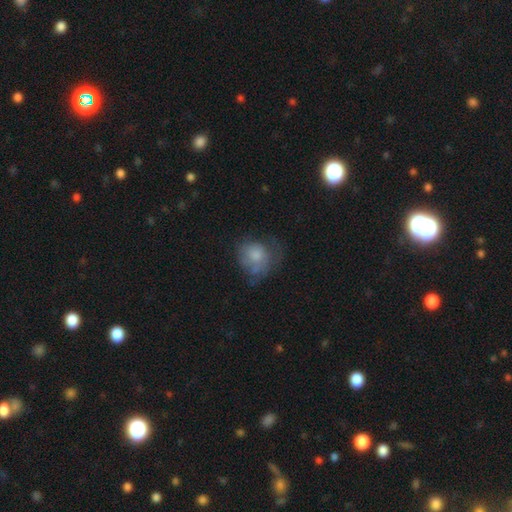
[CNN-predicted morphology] Smooth or featured: smooth — 65% (featured or disk — 26%)
How rounded: round — 72% (in between — 27%)
Merging: none — 42% (minor disturbance — 29%)